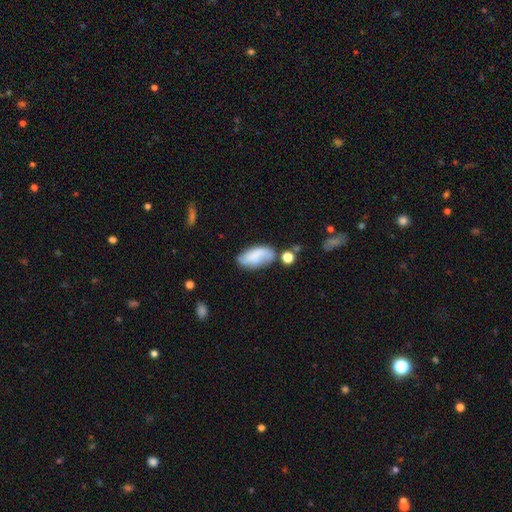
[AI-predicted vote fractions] smooth-or-featured: smooth: 65% | featured or disk: 26% | star or artifact: 8%
  how-rounded: in between: 91% | cigar-shaped: 6% | round: 3%
  merging: none: 56% | minor disturbance: 25% | merger: 10% | major disturbance: 9%